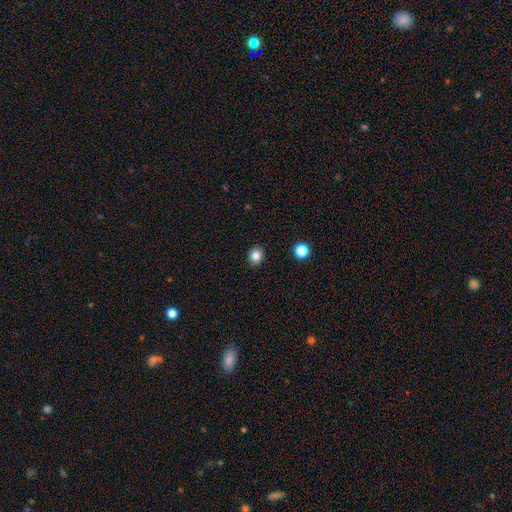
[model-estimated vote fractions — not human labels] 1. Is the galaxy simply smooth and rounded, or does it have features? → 83% smooth, 12% star or artifact, 5% featured or disk.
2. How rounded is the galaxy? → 67% round, 32% in between, 1% cigar-shaped.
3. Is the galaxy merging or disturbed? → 88% none, 8% minor disturbance, 2% major disturbance, 1% merger.